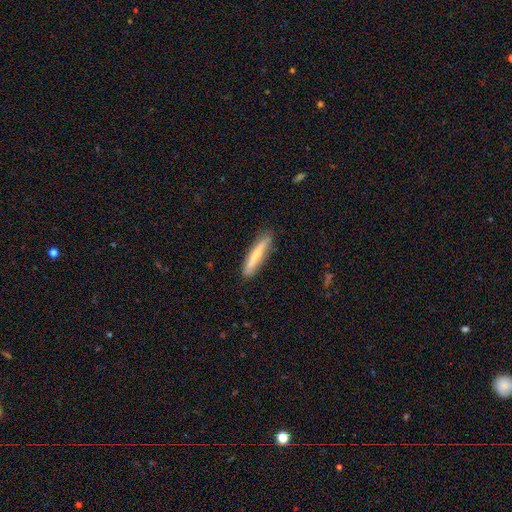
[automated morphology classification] smooth-or-featured: smooth: 62% | featured or disk: 32% | star or artifact: 6%
  how-rounded: cigar-shaped: 91% | in between: 8% | round: 1%
  merging: none: 85% | minor disturbance: 11% | major disturbance: 2% | merger: 1%